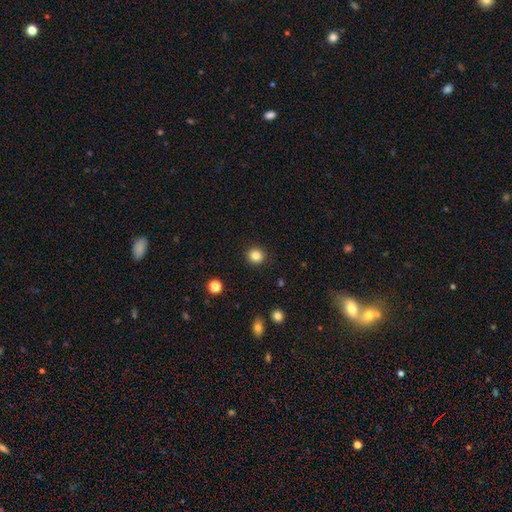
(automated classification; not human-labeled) This appears to be a smooth galaxy with no disk features (84%) that is round (94%). Merging: none (92%).